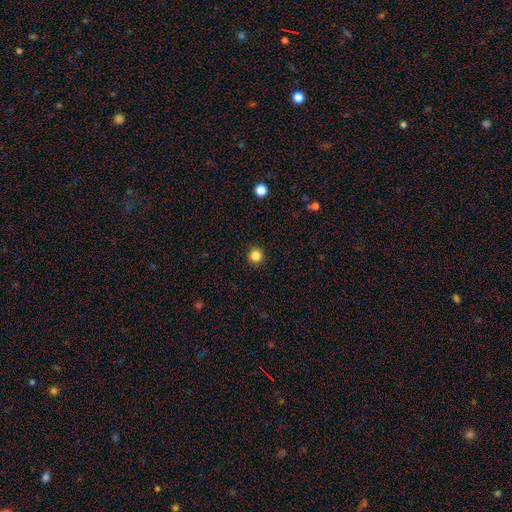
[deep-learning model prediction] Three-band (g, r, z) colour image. It shows a smooth galaxy with no disk features (84%) that is round (96%). Merging: none (93%).